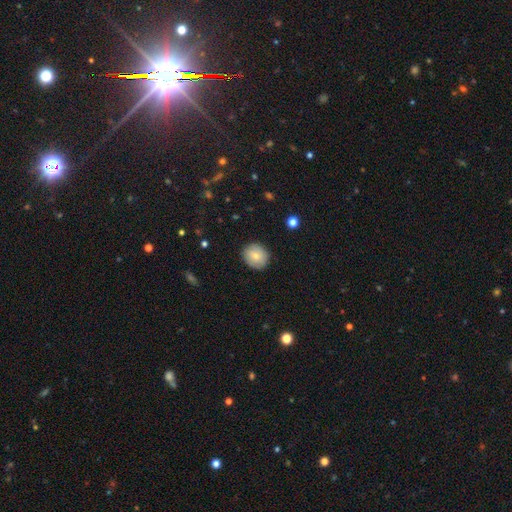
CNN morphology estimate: Smooth or featured: smooth — 75% (featured or disk — 17%)
How rounded: round — 84% (in between — 15%)
Merging: none — 88% (minor disturbance — 9%)